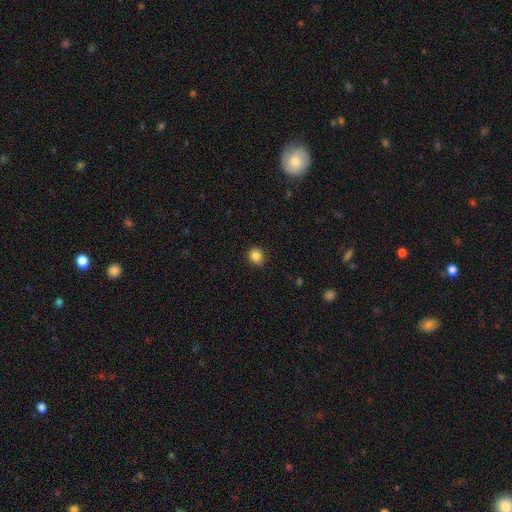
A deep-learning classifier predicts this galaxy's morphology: This is clearly a smooth galaxy (86%). How rounded: likely round (71%). Merging: clearly none (88%).